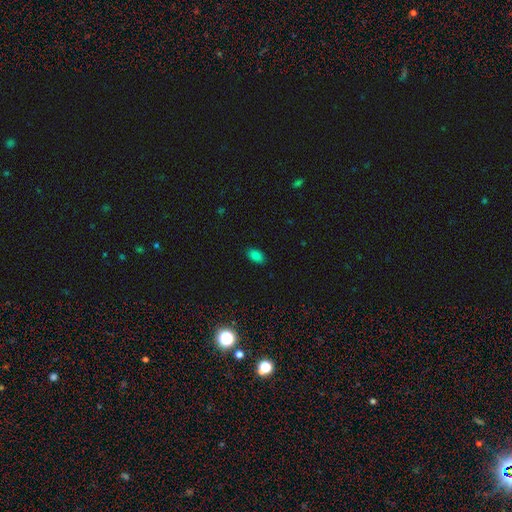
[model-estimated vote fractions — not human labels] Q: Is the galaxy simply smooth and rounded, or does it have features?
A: smooth — 80%.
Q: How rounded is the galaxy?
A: in between — 91%.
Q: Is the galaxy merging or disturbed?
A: none — 88%.